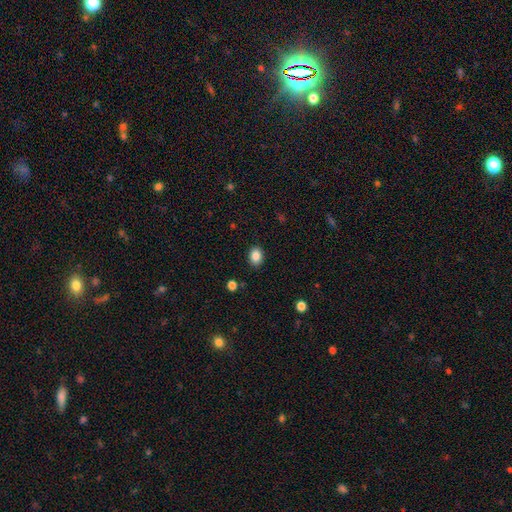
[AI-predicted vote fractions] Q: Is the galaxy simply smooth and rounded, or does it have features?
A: smooth — 86%.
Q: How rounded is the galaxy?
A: in between — 67%.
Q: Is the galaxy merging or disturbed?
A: none — 89%.